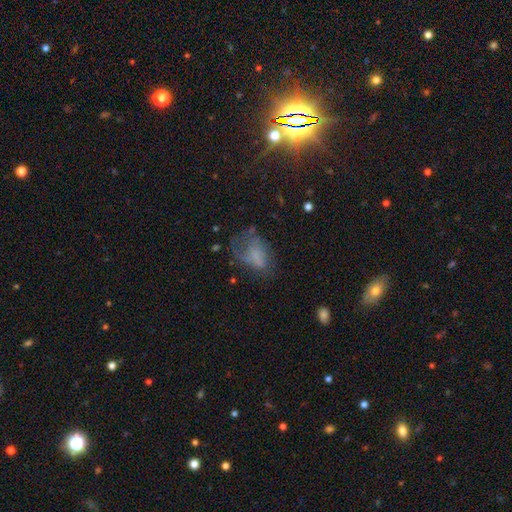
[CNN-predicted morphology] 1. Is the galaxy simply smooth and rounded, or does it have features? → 55% smooth, 30% featured or disk, 15% star or artifact.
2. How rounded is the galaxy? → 84% in between, 13% round, 3% cigar-shaped.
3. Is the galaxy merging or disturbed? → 39% major disturbance, 31% none, 25% minor disturbance, 4% merger.